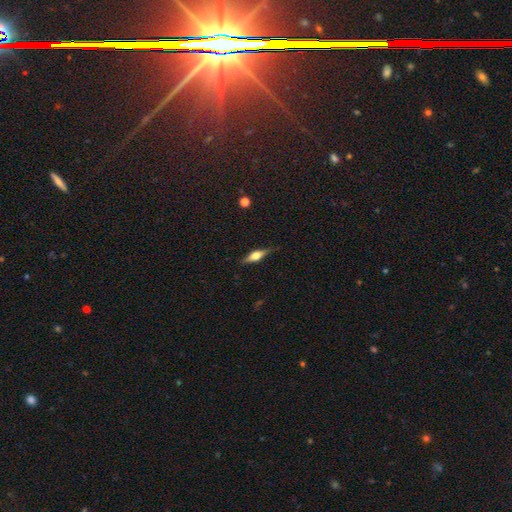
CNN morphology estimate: This appears to be a featured or disk galaxy (64%) viewed edge-on (96%) with a rounded central bulge (90%). Merging: none (85%).